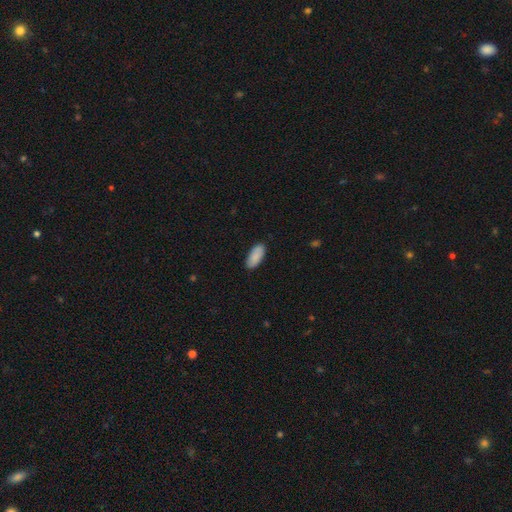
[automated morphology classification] smooth_or_featured: smooth (p=0.89) [alt: star or artifact p=0.06]
how_rounded: in between (p=0.87) [alt: cigar-shaped p=0.11]
merging: none (p=0.88) [alt: minor disturbance p=0.09]